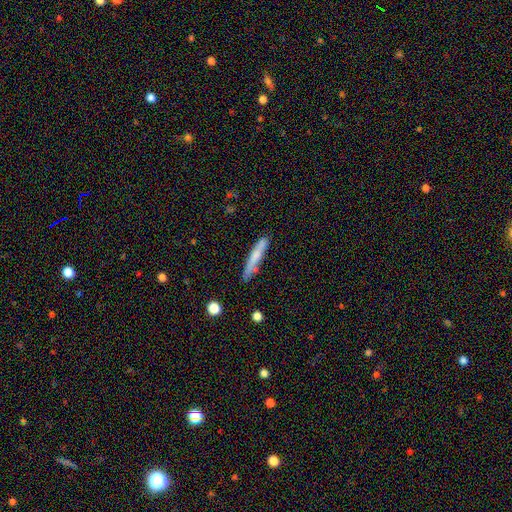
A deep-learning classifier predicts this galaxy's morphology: This appears to be a smooth galaxy with no disk features (66%) that is cigar-shaped (93%). Merging: none (75%).